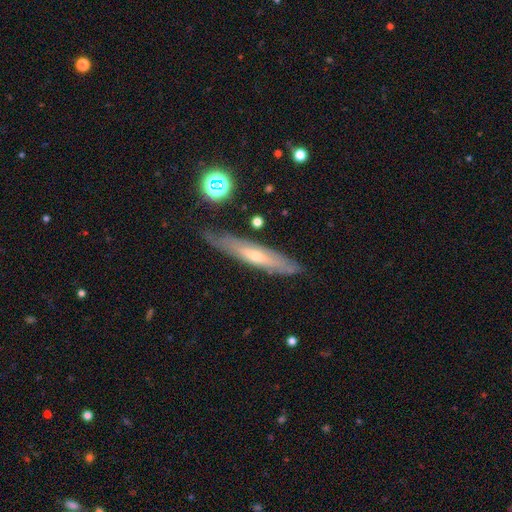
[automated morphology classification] The model was most divided on "smooth or featured": featured or disk: 61%, smooth: 32%, star or artifact: 7%. More confident: merging — none (78%); edge-on disk — yes (70%).